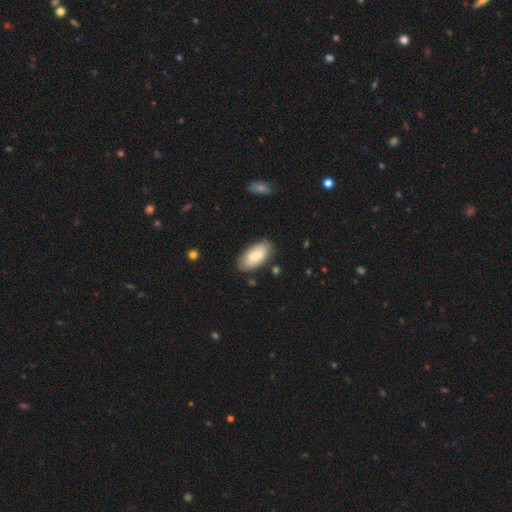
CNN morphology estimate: Q: Smooth or featured?
A: smooth (78%); runner-up: featured or disk (16%)
Q: How rounded?
A: in between (93%); runner-up: cigar-shaped (5%)
Q: Merging?
A: none (82%); runner-up: minor disturbance (13%)